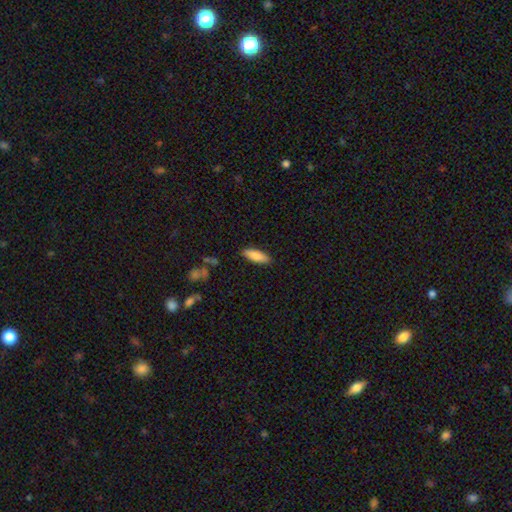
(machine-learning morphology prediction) The model was most divided on "how rounded": in between: 58%, cigar-shaped: 41%, round: 2%. More confident: merging — none (87%); smooth or featured — smooth (85%).